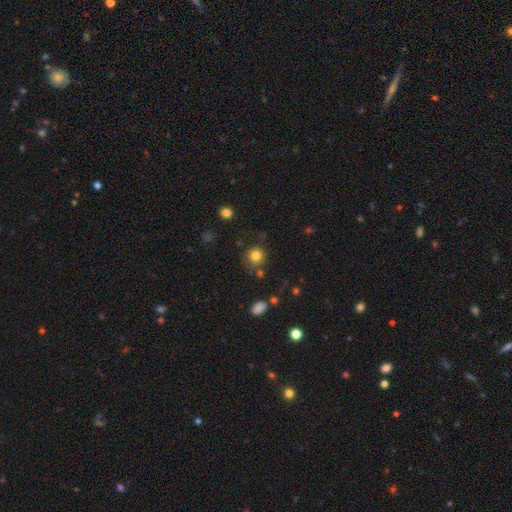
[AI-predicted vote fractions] Morphology: type=smooth (81%); roundness=round (88%); merging=none (75%).